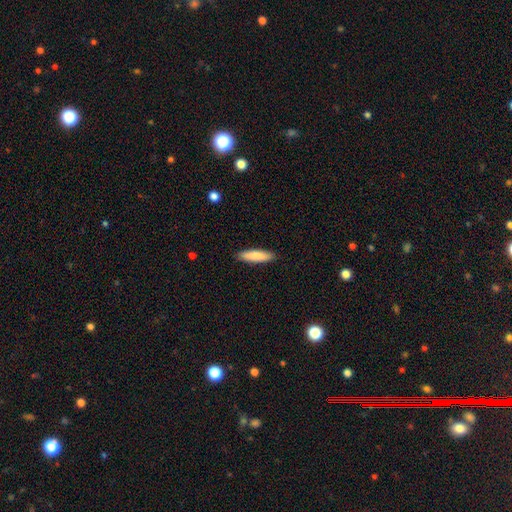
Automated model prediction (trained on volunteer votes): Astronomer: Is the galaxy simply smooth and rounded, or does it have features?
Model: smooth — 83%.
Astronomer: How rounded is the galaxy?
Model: cigar-shaped — 76%.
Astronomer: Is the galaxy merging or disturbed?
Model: none — 90%.